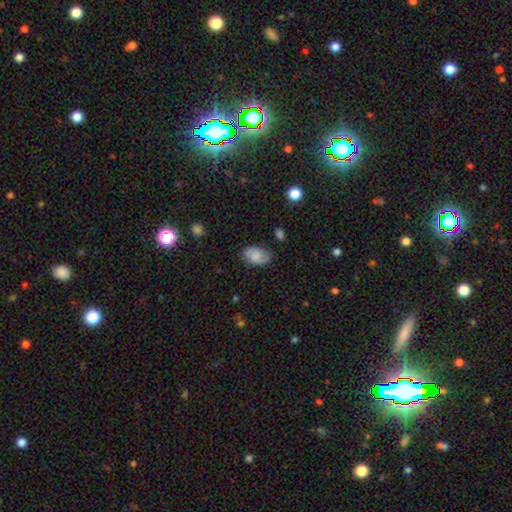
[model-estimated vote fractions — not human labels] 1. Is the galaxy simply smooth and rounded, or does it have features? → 68% smooth, 23% featured or disk, 9% star or artifact.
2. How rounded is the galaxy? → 88% in between, 11% round, 1% cigar-shaped.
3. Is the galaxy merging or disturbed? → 73% none, 20% minor disturbance, 5% major disturbance, 2% merger.